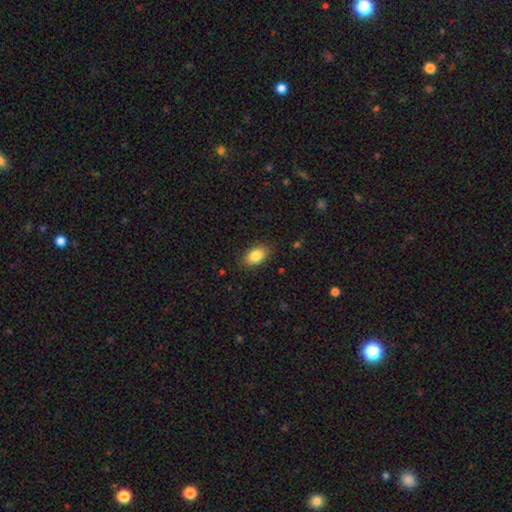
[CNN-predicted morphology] A smooth galaxy with no disk features (85%) that is in between round and cigar-shaped (89%).

Vote fractions:
- Smooth or featured? smooth: 85% / star or artifact: 8% / featured or disk: 7%
- How rounded? in between: 89% / round: 10% / cigar-shaped: 2%
- Merging? none: 85% / minor disturbance: 11% / major disturbance: 3% / merger: 1%